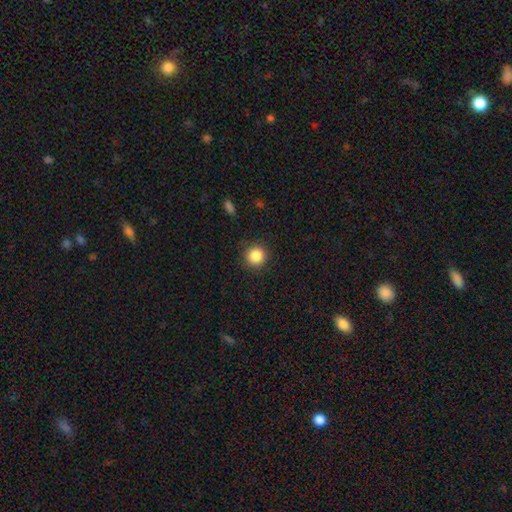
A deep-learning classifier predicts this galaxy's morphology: This appears to be a smooth galaxy with no disk features (86%) that is round (94%). Merging: none (89%).